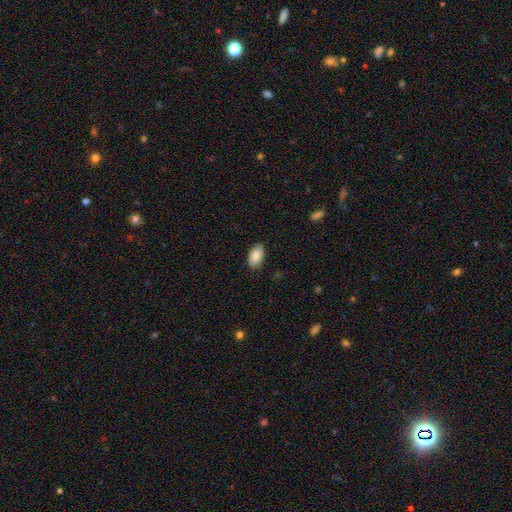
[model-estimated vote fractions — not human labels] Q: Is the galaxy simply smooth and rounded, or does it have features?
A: smooth — 85%.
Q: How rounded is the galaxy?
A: in between — 94%.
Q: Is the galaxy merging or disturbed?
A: none — 85%.